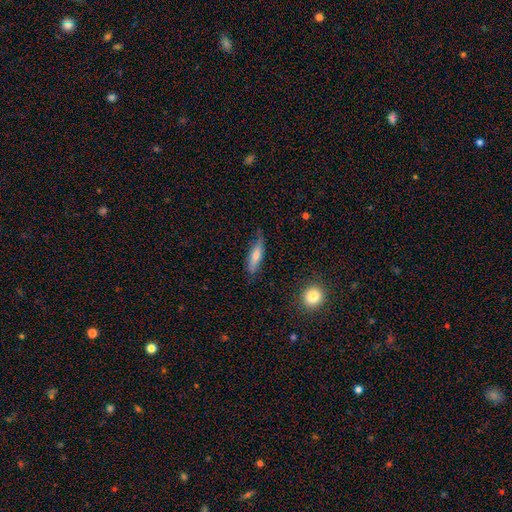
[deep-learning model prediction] Smooth or featured: smooth — 61% (featured or disk — 32%)
How rounded: cigar-shaped — 68% (in between — 30%)
Merging: none — 73% (minor disturbance — 21%)